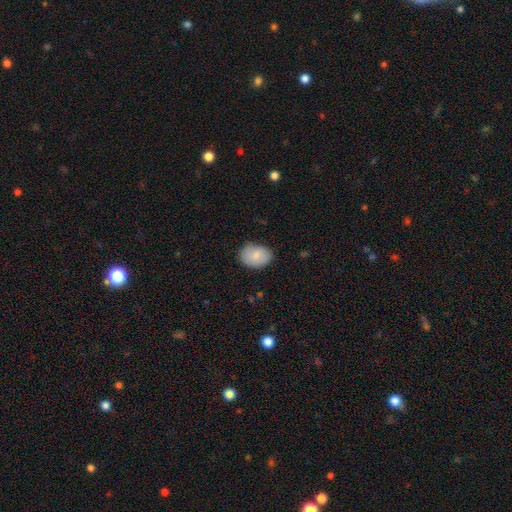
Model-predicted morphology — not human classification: type=smooth (83%); roundness=in between (74%); merging=none (77%).